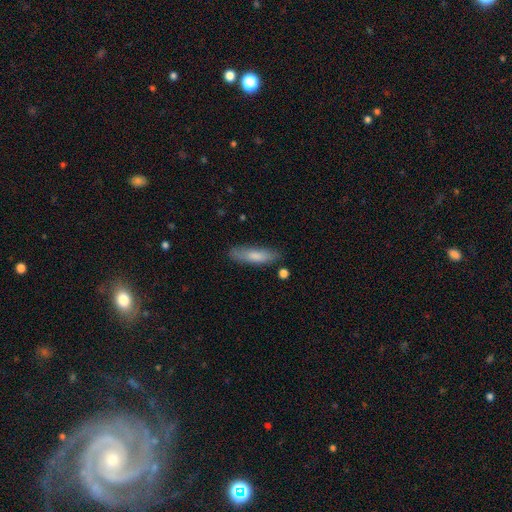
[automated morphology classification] smooth 77%, featured or disk 17%, star or artifact 6%. Down the decision tree: how rounded — cigar-shaped (64%); merging — none (78%).